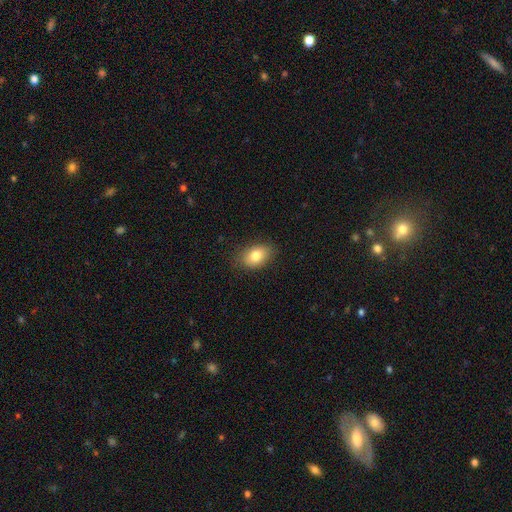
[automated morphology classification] This appears to be a smooth galaxy with no disk features (81%) that is in between round and cigar-shaped (86%). Merging: none (84%).